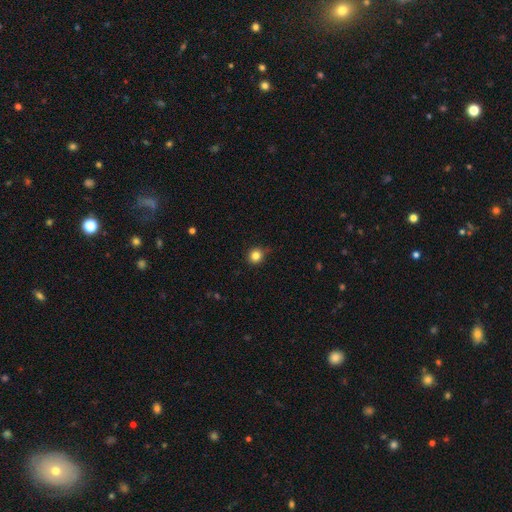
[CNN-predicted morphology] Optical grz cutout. It shows a smooth galaxy with no disk features (83%) that is round (88%). Merging: none (78%).